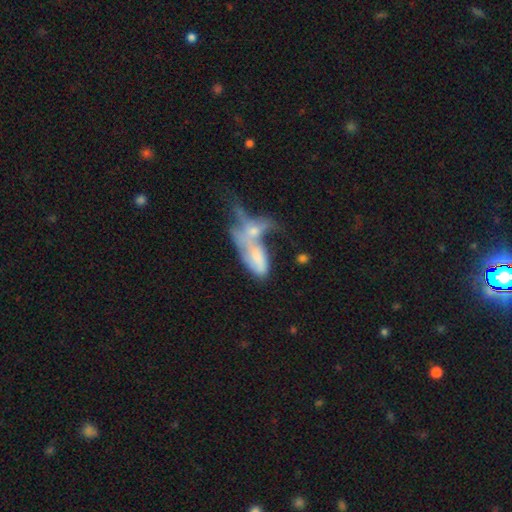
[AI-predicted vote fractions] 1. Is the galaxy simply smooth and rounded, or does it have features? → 47% smooth, 43% featured or disk, 10% star or artifact.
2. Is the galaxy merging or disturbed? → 66% merger, 15% major disturbance, 10% none, 8% minor disturbance.